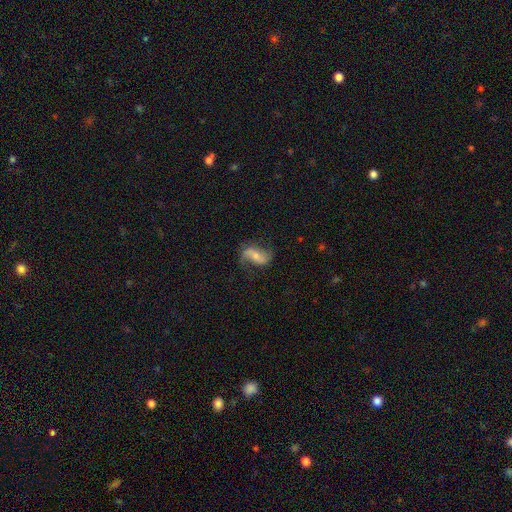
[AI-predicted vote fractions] Overall: featured or disk (72%). Edge-on disk: no (95%). Bar: weak (35%; no 33%). Spiral arms: yes (92%). Spiral arm count: 2 (89%). Spiral winding: loose (73%). Bulge size: small (52%; moderate 37%). Merging: none (68%).